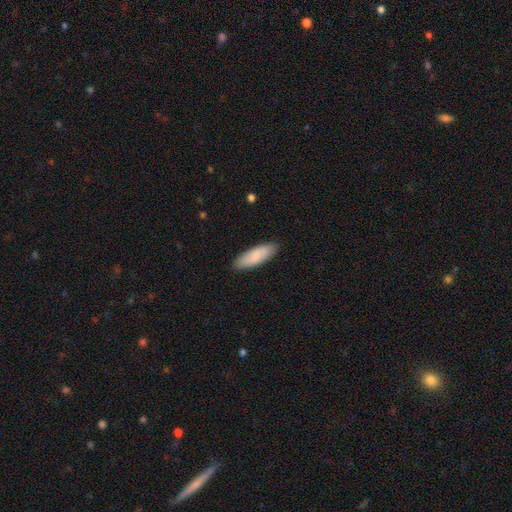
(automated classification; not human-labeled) A smooth galaxy with no disk features (84%) that is in between round and cigar-shaped (55%). Merging: none (88%).